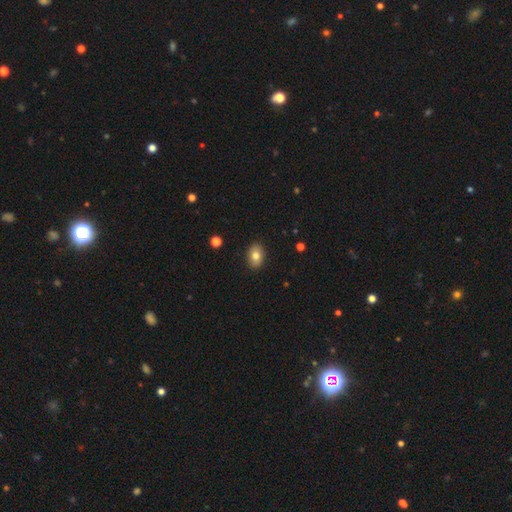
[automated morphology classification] A smooth galaxy with no disk features (80%) that is in between round and cigar-shaped (83%).

Vote fractions:
- Smooth or featured? smooth: 80% / featured or disk: 12% / star or artifact: 8%
- How rounded? in between: 83% / round: 16% / cigar-shaped: 1%
- Merging? none: 90% / minor disturbance: 7% / major disturbance: 2% / merger: 1%